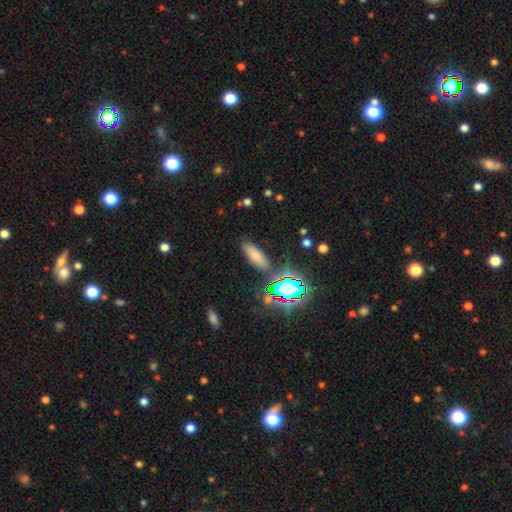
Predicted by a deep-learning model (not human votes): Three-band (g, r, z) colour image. It shows a smooth galaxy with no disk features (71%) that is in between round and cigar-shaped (65%). Merging: none (83%).